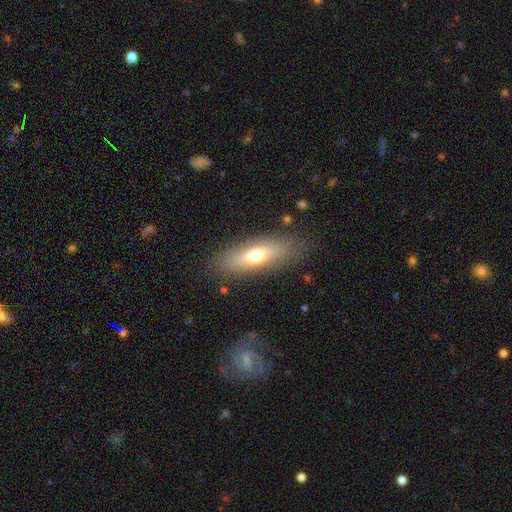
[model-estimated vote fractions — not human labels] A smooth galaxy with no disk features (63%) that is in between round and cigar-shaped (51%).

Vote fractions:
- Smooth or featured? smooth: 63% / featured or disk: 30% / star or artifact: 7%
- How rounded? in between: 51% / cigar-shaped: 46% / round: 3%
- Merging? none: 83% / minor disturbance: 11% / major disturbance: 4% / merger: 2%